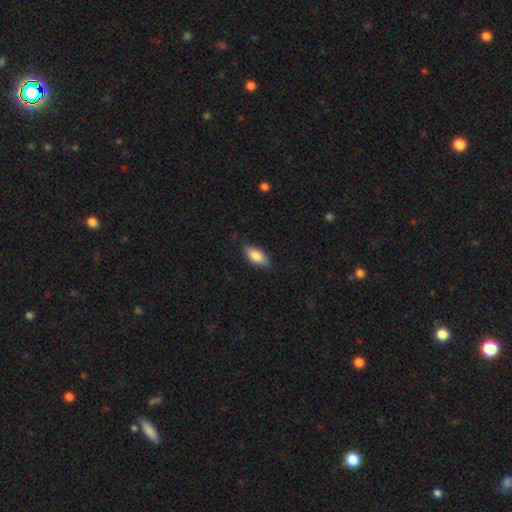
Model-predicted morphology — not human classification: smooth 80%, featured or disk 13%, star or artifact 7%. Down the decision tree: how rounded — in between (85%); merging — none (81%).